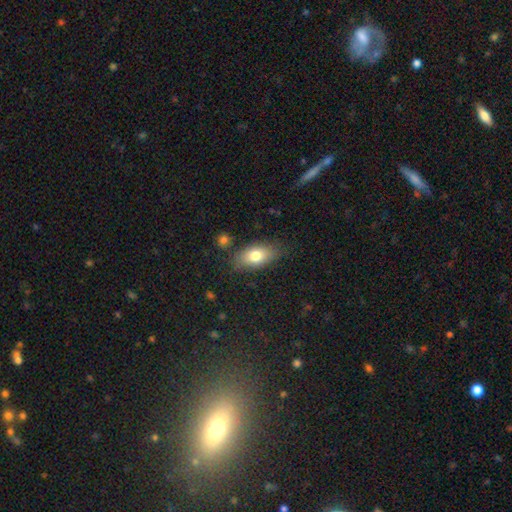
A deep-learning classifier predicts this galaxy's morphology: smooth_or_featured: smooth (p=0.76) [alt: featured or disk p=0.17]
how_rounded: in between (p=0.87) [alt: round p=0.07]
merging: none (p=0.79) [alt: minor disturbance p=0.14]